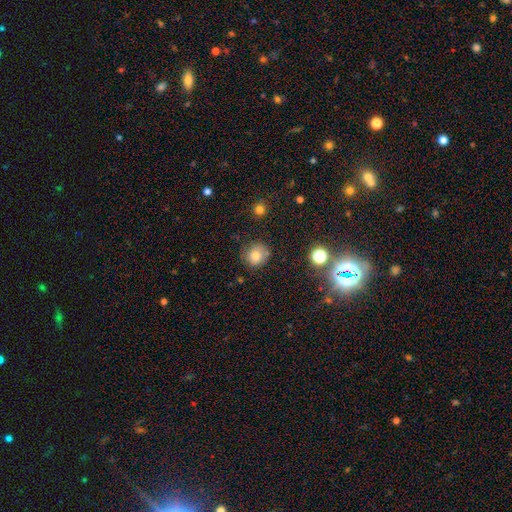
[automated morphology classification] Smooth or featured?
  - smooth: 76% *
  - star or artifact: 13%
  - featured or disk: 11%
How rounded?
  - round: 82% *
  - in between: 17%
  - cigar-shaped: 1%
Merging?
  - none: 76% *
  - minor disturbance: 17%
  - major disturbance: 4%
  - merger: 3%